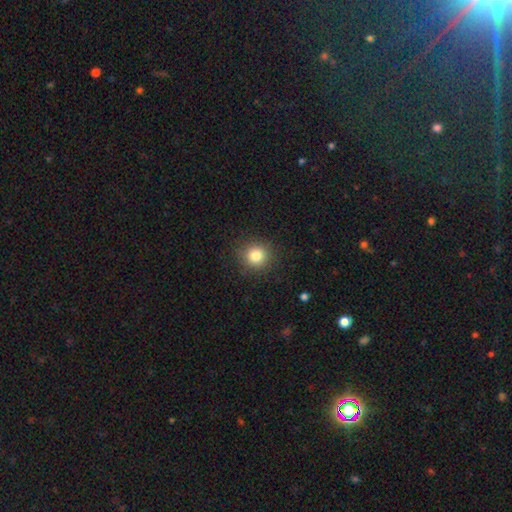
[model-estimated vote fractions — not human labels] Smooth or featured?
  - smooth: 82% *
  - star or artifact: 11%
  - featured or disk: 6%
How rounded?
  - round: 91% *
  - in between: 8%
  - cigar-shaped: 1%
Merging?
  - none: 89% *
  - minor disturbance: 7%
  - major disturbance: 3%
  - merger: 1%